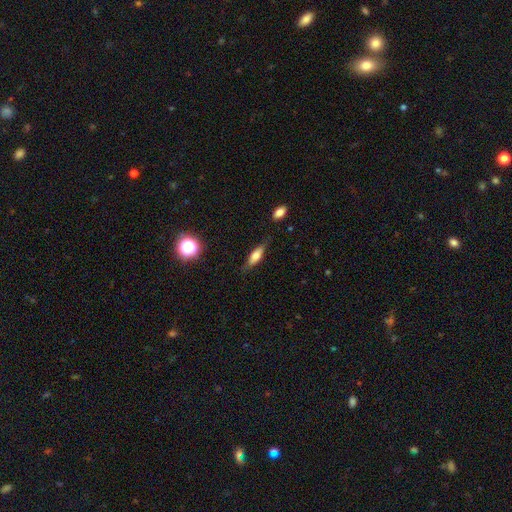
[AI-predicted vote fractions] smooth-or-featured: smooth: 58% | featured or disk: 33% | star or artifact: 9%
  how-rounded: in between: 49% | cigar-shaped: 48% | round: 4%
  merging: none: 79% | minor disturbance: 16% | major disturbance: 4% | merger: 2%